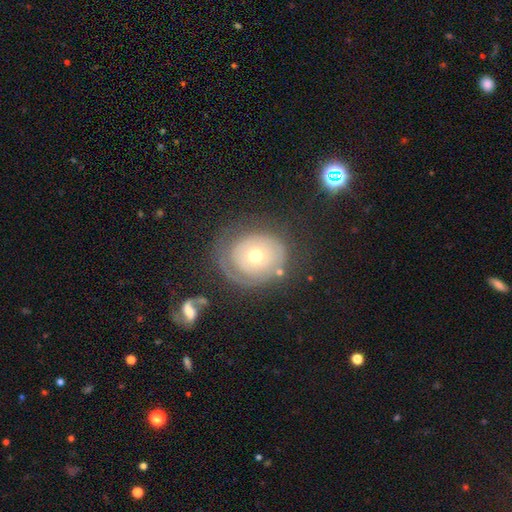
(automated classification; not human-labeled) This appears to be a featured or disk galaxy (58%) with no bar (86%), spiral arms (59%) and a moderate central bulge (67%). Merging: none (64%).